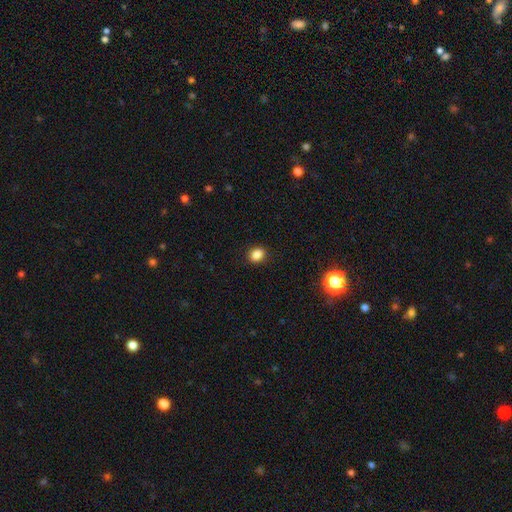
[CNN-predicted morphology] This appears to be a smooth galaxy with no disk features (86%) that is in between round and cigar-shaped (55%). Merging: none (89%).